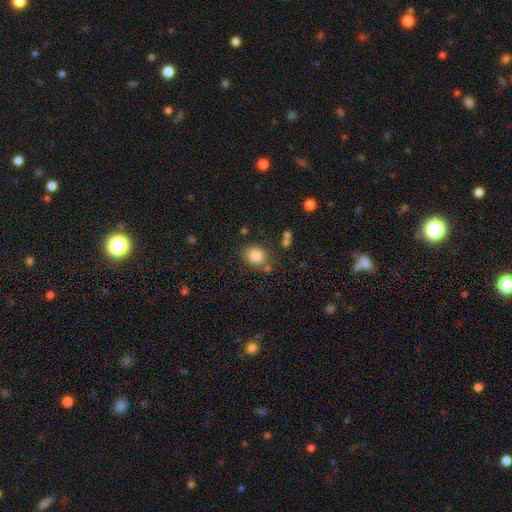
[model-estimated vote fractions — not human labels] Smooth or featured?
  - smooth: 83% *
  - star or artifact: 10%
  - featured or disk: 7%
How rounded?
  - round: 57% *
  - in between: 43%
  - cigar-shaped: 1%
Merging?
  - none: 77% *
  - minor disturbance: 13%
  - merger: 6%
  - major disturbance: 4%